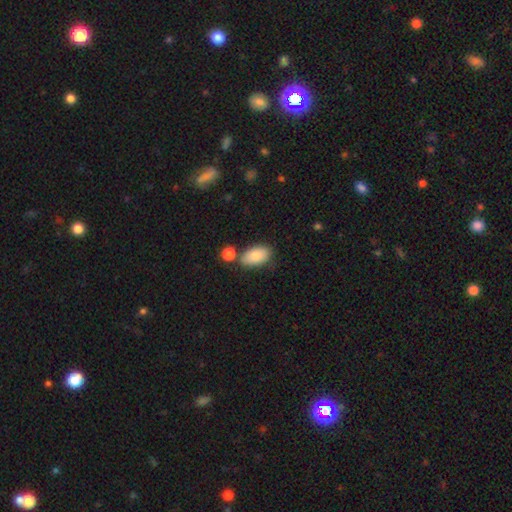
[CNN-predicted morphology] The model was most divided on "merging": none: 67%, merger: 17%, minor disturbance: 13%, major disturbance: 3%. More confident: how rounded — in between (92%); smooth or featured — smooth (81%).